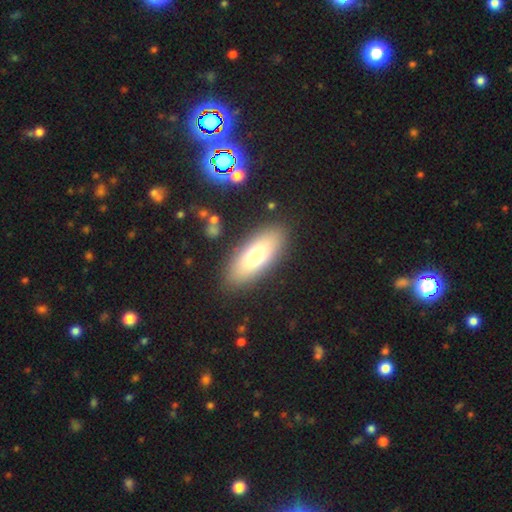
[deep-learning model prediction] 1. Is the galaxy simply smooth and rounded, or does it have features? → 73% smooth, 19% featured or disk, 8% star or artifact.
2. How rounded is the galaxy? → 77% in between, 20% cigar-shaped, 3% round.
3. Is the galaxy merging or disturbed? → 87% none, 9% minor disturbance, 3% major disturbance, 2% merger.